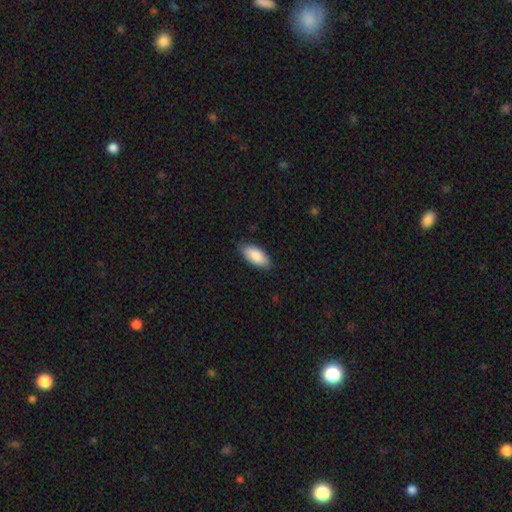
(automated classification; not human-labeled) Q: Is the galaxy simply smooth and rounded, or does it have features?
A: smooth — 86%.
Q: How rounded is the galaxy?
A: in between — 88%.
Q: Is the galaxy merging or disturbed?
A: none — 84%.